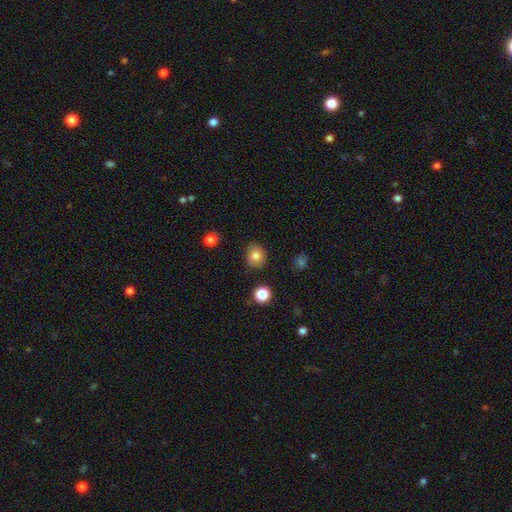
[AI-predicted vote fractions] Smooth or featured? Predicted: smooth (p=0.82). How rounded? Predicted: round (p=0.76). Merging? Predicted: none (p=0.84).